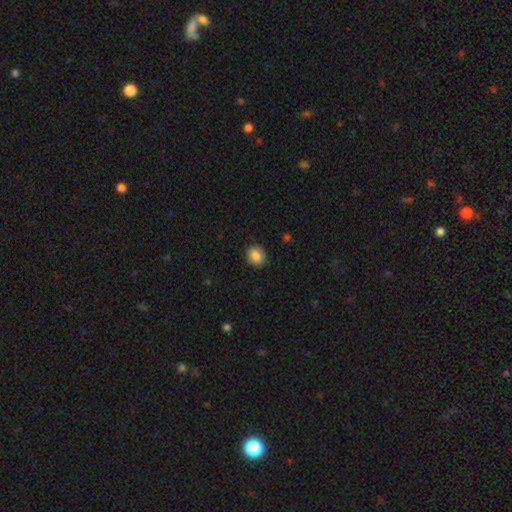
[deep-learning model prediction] Q: Smooth or featured?
A: smooth (87%); runner-up: star or artifact (8%)
Q: How rounded?
A: round (69%); runner-up: in between (30%)
Q: Merging?
A: none (89%); runner-up: minor disturbance (8%)